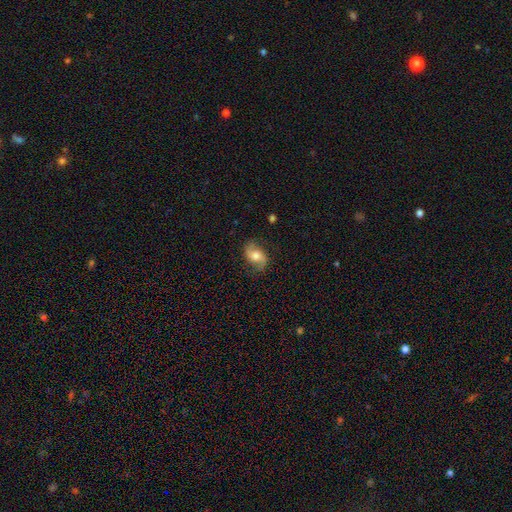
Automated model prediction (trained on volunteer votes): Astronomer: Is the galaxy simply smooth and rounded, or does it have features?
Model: featured or disk — 60%.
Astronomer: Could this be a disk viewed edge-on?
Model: no — 96%.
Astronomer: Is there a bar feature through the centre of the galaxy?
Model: no — 58%.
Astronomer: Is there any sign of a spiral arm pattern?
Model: yes — 90%.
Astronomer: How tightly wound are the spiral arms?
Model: loose — 57% (runner-up: medium, 32%).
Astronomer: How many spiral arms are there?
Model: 2 — 90%.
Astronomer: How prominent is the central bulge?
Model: moderate — 55%.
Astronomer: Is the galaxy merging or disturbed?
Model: none — 76%.